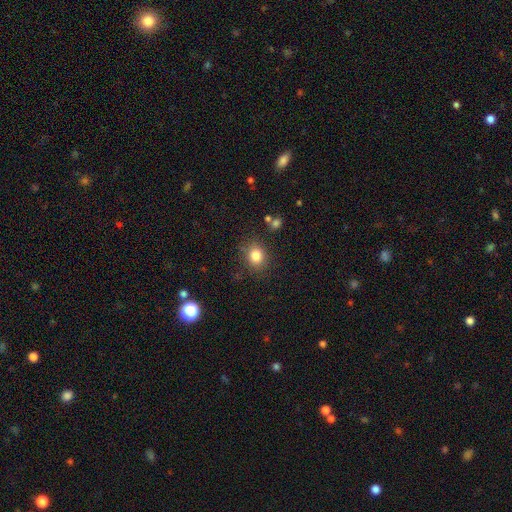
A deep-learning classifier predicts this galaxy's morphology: Q: Smooth or featured?
A: smooth (82%); runner-up: star or artifact (12%)
Q: How rounded?
A: round (69%); runner-up: in between (30%)
Q: Merging?
A: none (82%); runner-up: minor disturbance (11%)